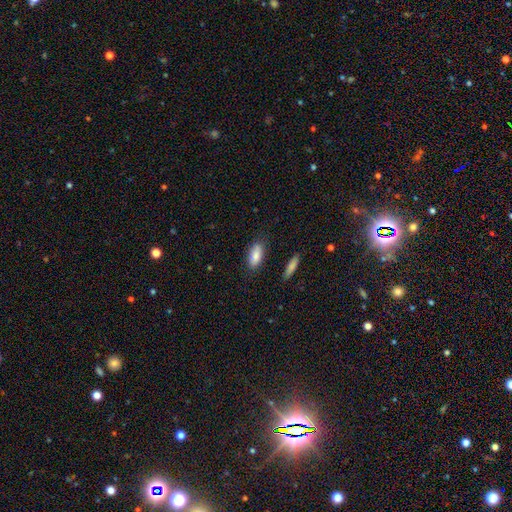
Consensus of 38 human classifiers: Smooth or featured? 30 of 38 (79%) said smooth. How rounded? 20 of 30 (67%) said in between. Merging? 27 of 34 (79%) said none.